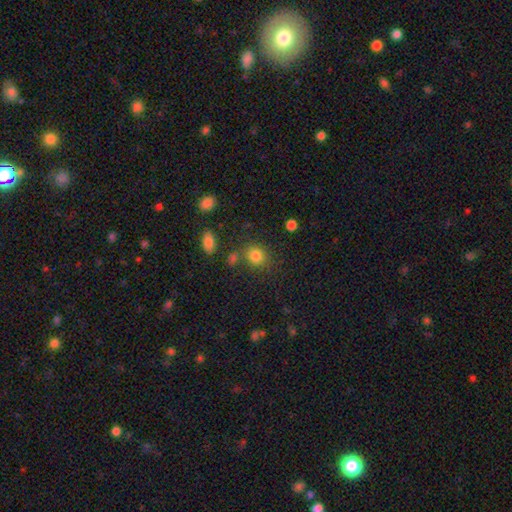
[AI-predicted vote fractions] Smooth or featured? Predicted: smooth (p=0.82). How rounded? Predicted: round (p=0.73). Merging? Predicted: none (p=0.73).